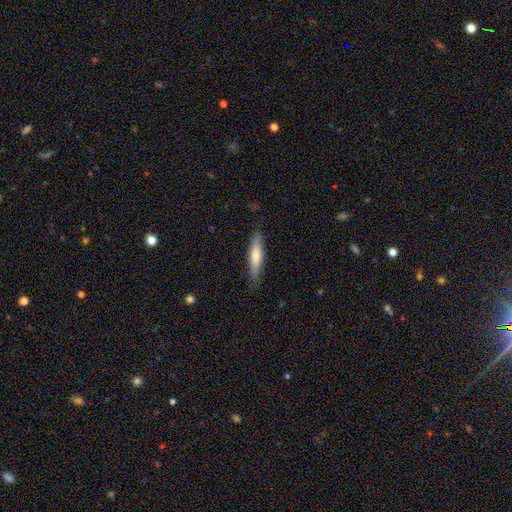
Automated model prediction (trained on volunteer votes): A smooth galaxy with no disk features (60%) that is cigar-shaped (84%).

Vote fractions:
- Smooth or featured? smooth: 60% / featured or disk: 35% / star or artifact: 6%
- How rounded? cigar-shaped: 84% / in between: 14% / round: 1%
- Merging? none: 85% / minor disturbance: 11% / major disturbance: 2% / merger: 1%